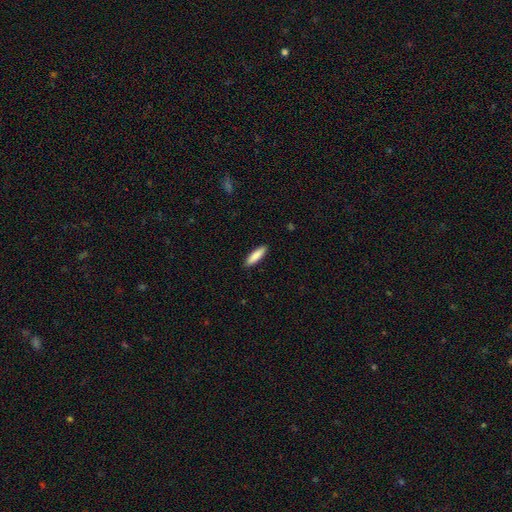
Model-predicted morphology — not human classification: Overall: smooth (87%). How rounded: cigar-shaped (65%; in between 34%). Merging: none (90%).